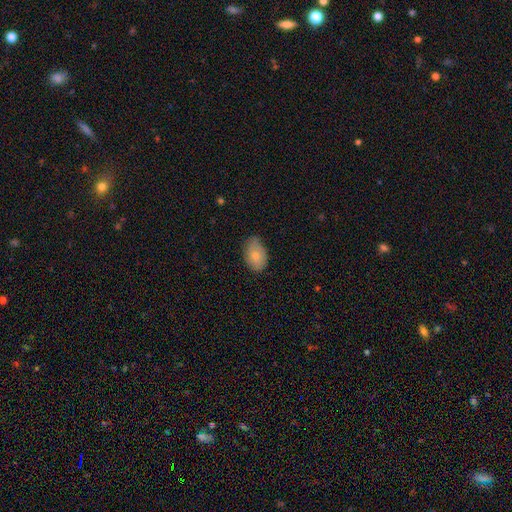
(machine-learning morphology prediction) This appears to be a smooth galaxy with no disk features (77%) that is in between round and cigar-shaped (88%). Merging: none (65%).